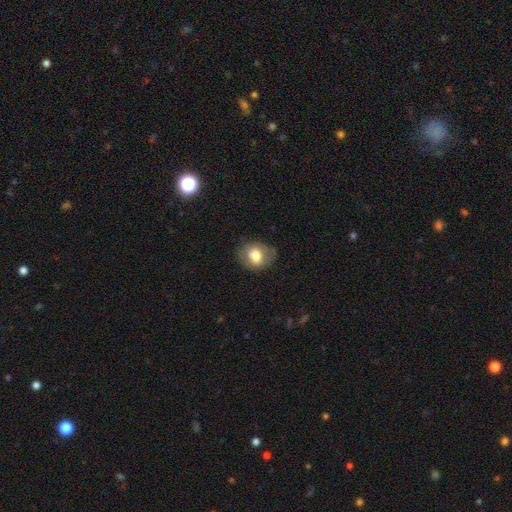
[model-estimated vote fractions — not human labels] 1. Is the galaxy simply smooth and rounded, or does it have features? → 71% smooth, 21% featured or disk, 8% star or artifact.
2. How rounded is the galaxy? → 51% in between, 48% round, 1% cigar-shaped.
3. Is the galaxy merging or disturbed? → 70% none, 21% minor disturbance, 7% major disturbance, 1% merger.